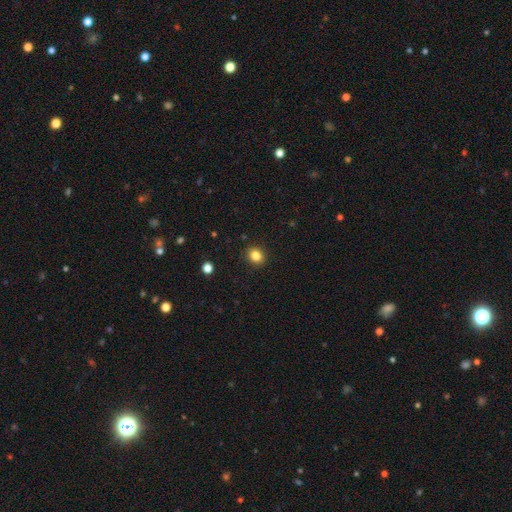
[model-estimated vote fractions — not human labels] This appears to be a smooth galaxy with no disk features (83%) that is round (73%). Merging: none (91%).